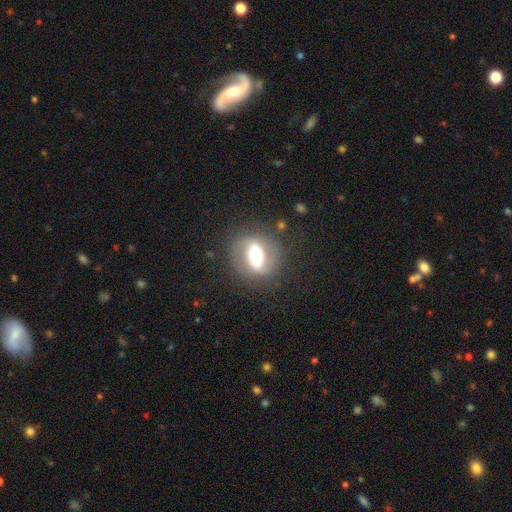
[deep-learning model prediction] Morphology: type=featured or disk (62%); edge-on=no (89%); bar=strong (57%); spiral arms=yes (53%); bulge=moderate (55%); merging=none (78%).